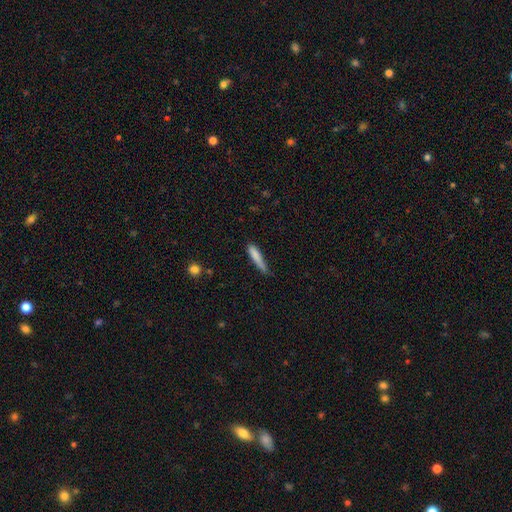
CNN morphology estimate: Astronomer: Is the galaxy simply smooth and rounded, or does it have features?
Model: smooth — 81%.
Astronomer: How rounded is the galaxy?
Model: cigar-shaped — 86%.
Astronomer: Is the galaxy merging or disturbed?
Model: none — 53% (runner-up: minor disturbance, 35%).